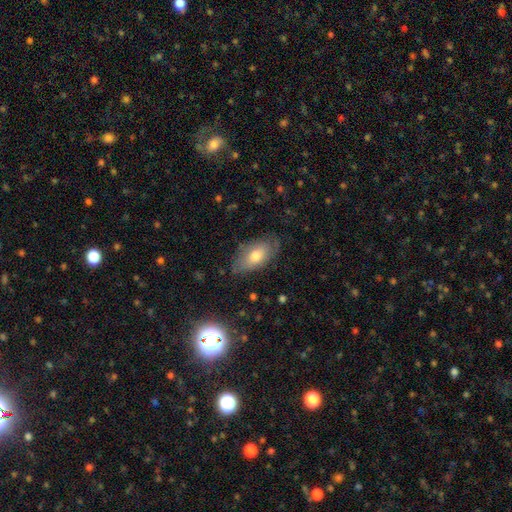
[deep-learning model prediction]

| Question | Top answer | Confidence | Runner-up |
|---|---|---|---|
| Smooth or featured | smooth | 69% | featured or disk (23%) |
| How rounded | in between | 91% | cigar-shaped (4%) |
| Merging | none | 71% | minor disturbance (22%) |